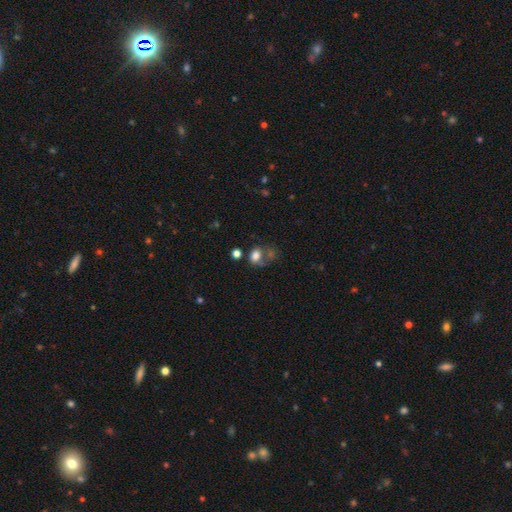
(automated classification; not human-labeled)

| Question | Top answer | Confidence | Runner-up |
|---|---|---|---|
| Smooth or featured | smooth | 72% | featured or disk (15%) |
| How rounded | in between | 53% | round (46%) |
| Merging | none | 33% | merger (28%) |